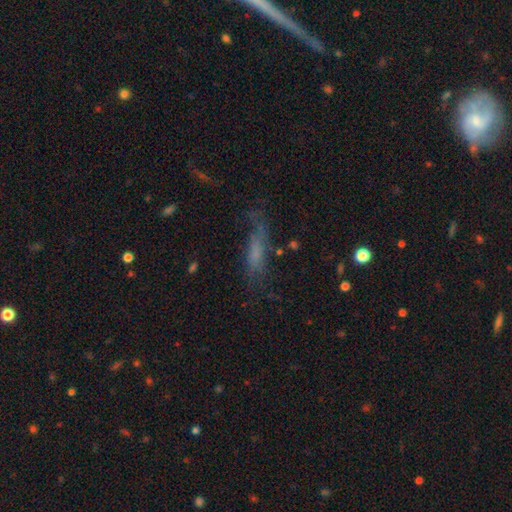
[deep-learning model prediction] smooth 51%, featured or disk 36%, star or artifact 13%. Down the decision tree: how rounded — cigar-shaped (56%); merging — none (47%).